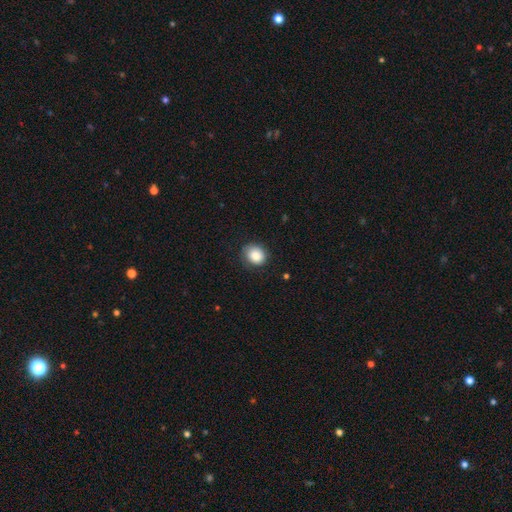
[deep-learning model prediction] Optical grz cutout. It shows a smooth galaxy with no disk features (85%) that is round (72%). Merging: none (79%).